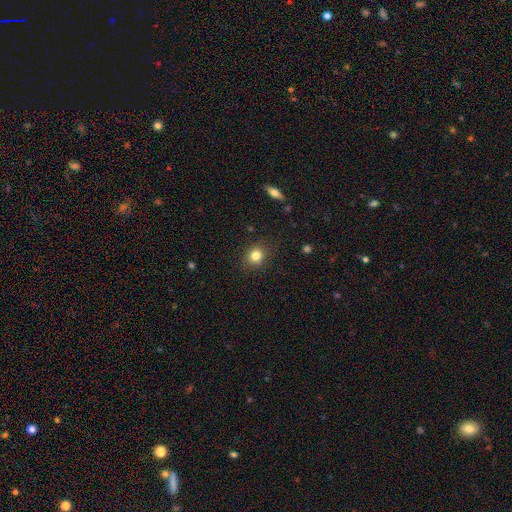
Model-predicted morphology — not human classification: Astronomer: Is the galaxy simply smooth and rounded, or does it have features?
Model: smooth — 81%.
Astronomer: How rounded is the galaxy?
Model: round — 75%.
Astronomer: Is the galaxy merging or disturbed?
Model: none — 87%.